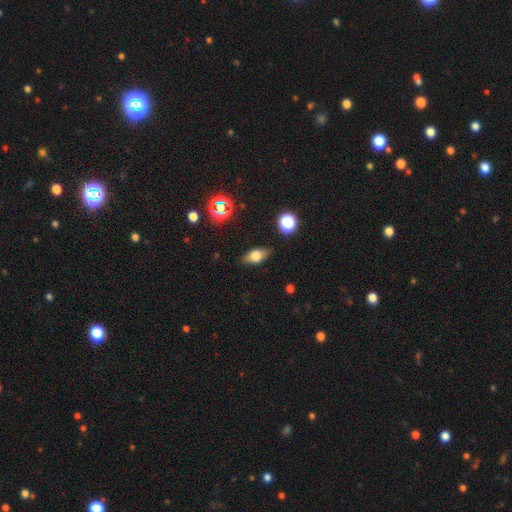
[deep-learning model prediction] Smooth or featured? Predicted: smooth (p=0.64). How rounded? Predicted: in between (p=0.78). Merging? Predicted: none (p=0.84).